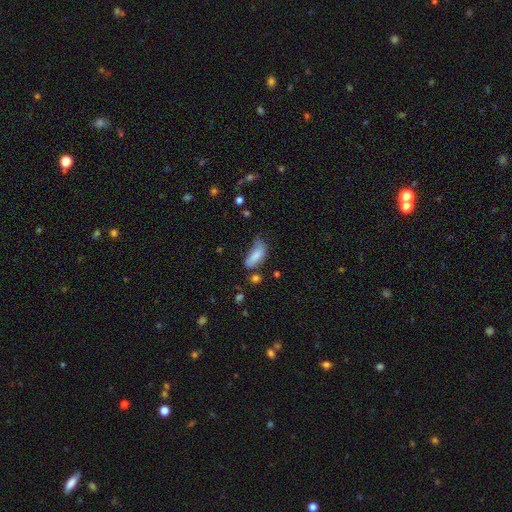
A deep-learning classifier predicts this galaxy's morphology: This appears to be a smooth galaxy with no disk features (77%) that is in between round and cigar-shaped (83%). Merging: minor disturbance (38%).